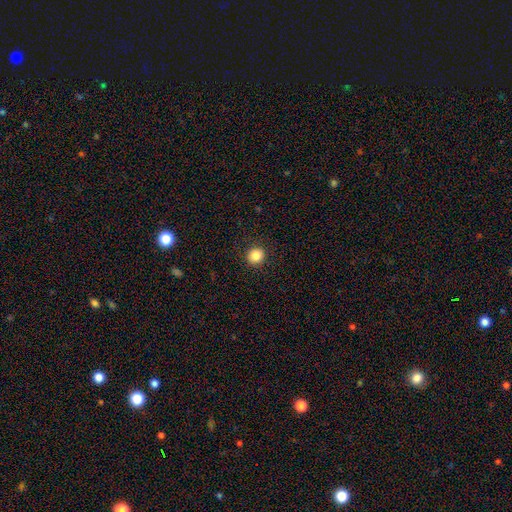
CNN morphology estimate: The model was most divided on "smooth or featured": smooth: 85%, star or artifact: 11%, featured or disk: 5%. More confident: merging — none (92%); how rounded — round (88%).